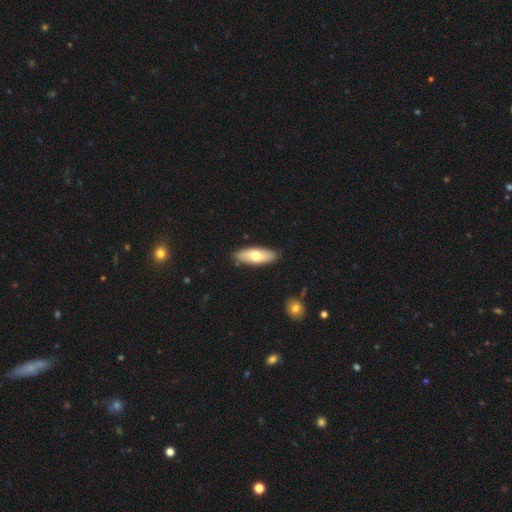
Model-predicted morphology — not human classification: A smooth galaxy with no disk features (66%) that is in between round and cigar-shaped (70%). Merging: none (87%).